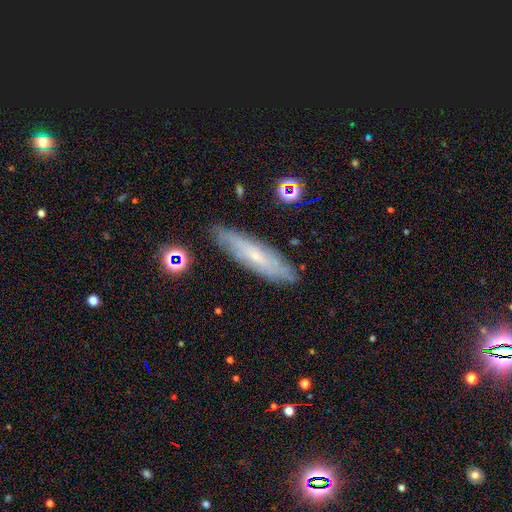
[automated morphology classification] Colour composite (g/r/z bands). It shows a featured or disk galaxy (53%). Merging: none (84%).